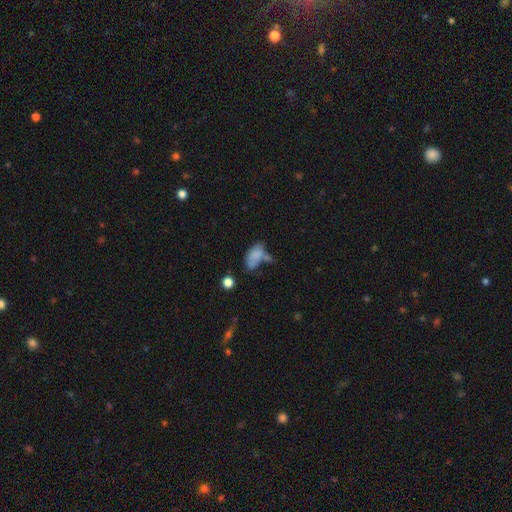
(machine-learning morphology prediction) smooth_or_featured: smooth (p=0.76) [alt: featured or disk p=0.14]
how_rounded: in between (p=0.90) [alt: round p=0.06]
merging: none (p=0.32) [alt: merger p=0.25]